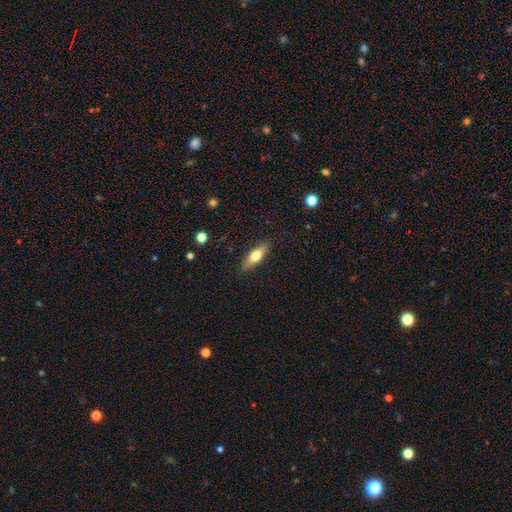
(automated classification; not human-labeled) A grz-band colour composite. It shows a smooth galaxy with no disk features (64%) that is in between round and cigar-shaped (53%). Merging: none (87%).